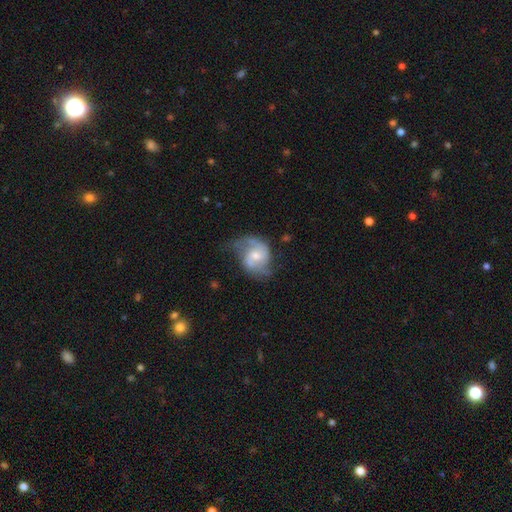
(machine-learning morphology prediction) This appears to be a featured or disk galaxy (78%) with no bar (51%), 2 (83%) medium (47%) spiral arms (93%) and a moderate central bulge (54%). Merging: none (54%).